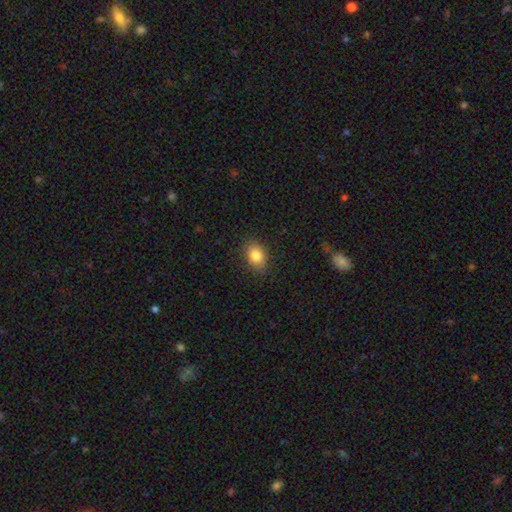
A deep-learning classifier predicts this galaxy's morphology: Smooth or featured? smooth (83%)
How rounded? in between (68%)
Merging? none (85%)